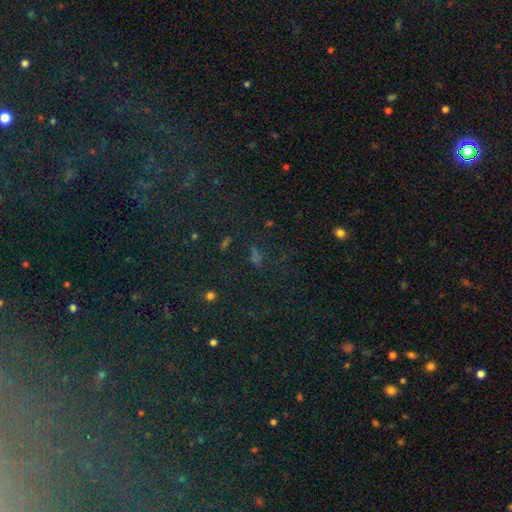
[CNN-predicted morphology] A star or artifact, not a galaxy (57%).